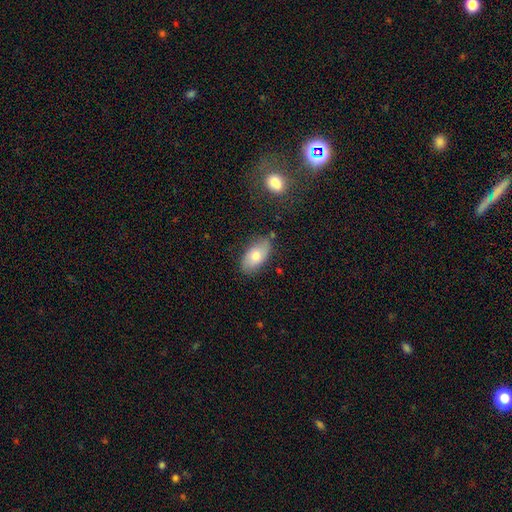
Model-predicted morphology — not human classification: This appears to be a smooth galaxy with no disk features (71%) that is in between round and cigar-shaped (93%). Merging: none (78%).